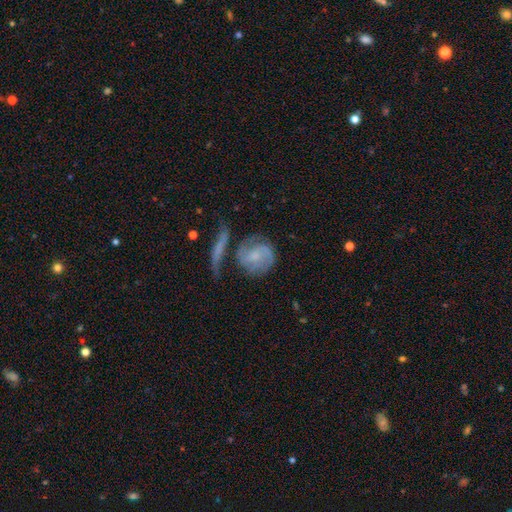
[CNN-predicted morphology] featured or disk 69%, smooth 25%, star or artifact 7%. Down the decision tree: edge-on disk — no (96%); bar — no (58%); spiral arms — yes (90%); spiral arm count — 2 (61%); spiral winding — tight (42%, tied with medium); bulge size — small (42%); merging — none (50%).